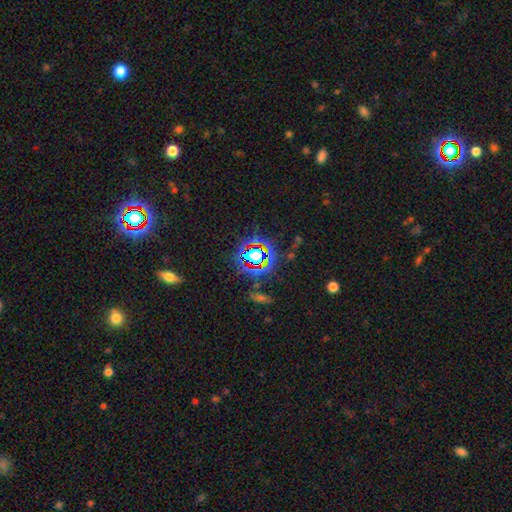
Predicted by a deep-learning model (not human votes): Smooth or featured: star or artifact — 70% (smooth — 19%)